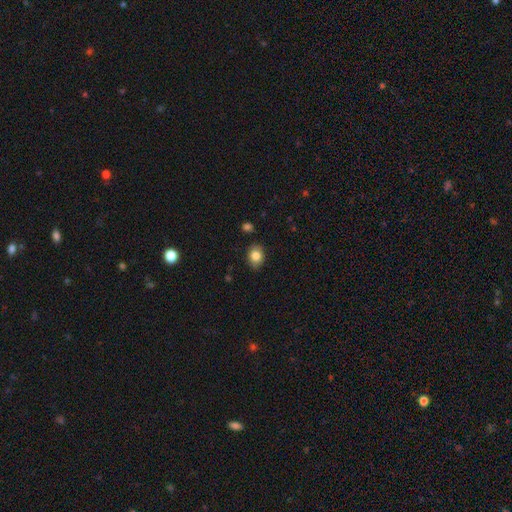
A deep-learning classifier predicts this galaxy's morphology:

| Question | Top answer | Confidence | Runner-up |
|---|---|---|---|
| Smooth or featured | smooth | 82% | featured or disk (9%) |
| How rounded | in between | 65% | round (34%) |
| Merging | none | 84% | minor disturbance (12%) |